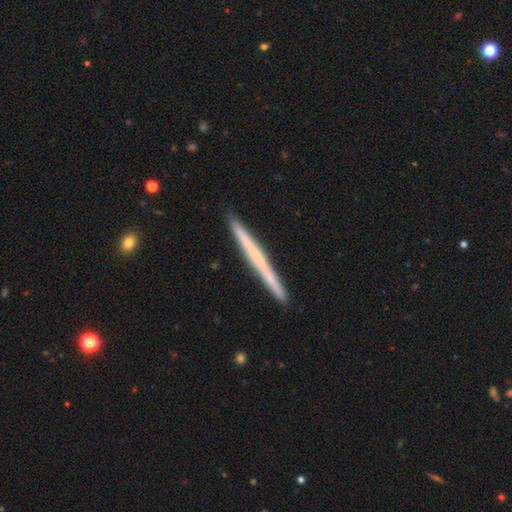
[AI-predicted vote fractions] Q: Smooth or featured?
A: featured or disk (49%); runner-up: smooth (46%)
Q: Merging?
A: none (92%); runner-up: minor disturbance (6%)